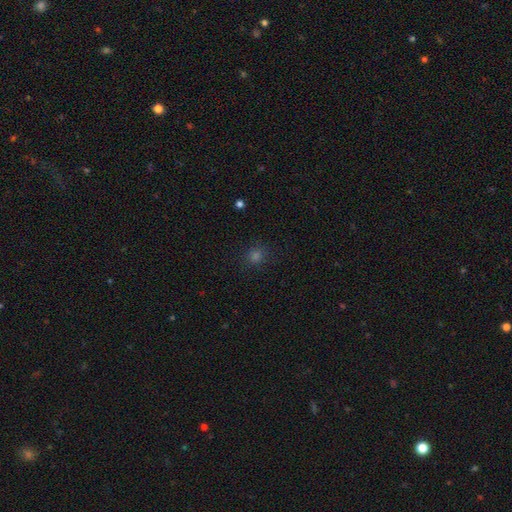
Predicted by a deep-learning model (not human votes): Q: Smooth or featured?
A: smooth (67%); runner-up: star or artifact (28%)
Q: How rounded?
A: round (89%); runner-up: in between (10%)
Q: Merging?
A: none (88%); runner-up: minor disturbance (8%)